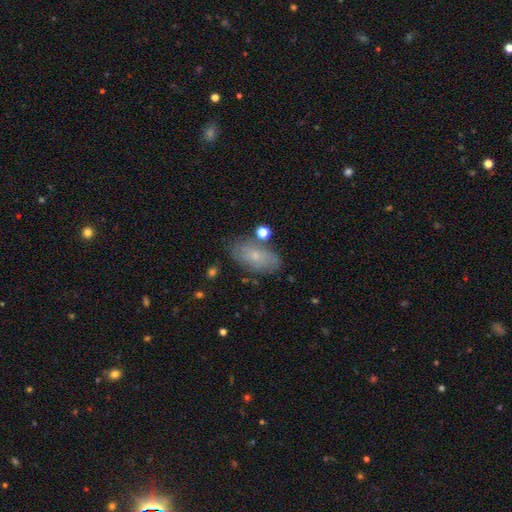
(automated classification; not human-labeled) smooth_or_featured: smooth (p=0.64) [alt: featured or disk p=0.27]
how_rounded: in between (p=0.90) [alt: round p=0.07]
merging: none (p=0.71) [alt: minor disturbance p=0.18]